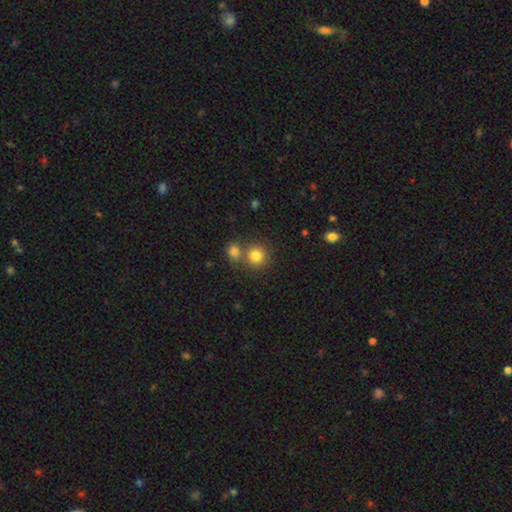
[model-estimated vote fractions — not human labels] Smooth or featured?
  - smooth: 82% *
  - star or artifact: 11%
  - featured or disk: 7%
How rounded?
  - round: 90% *
  - in between: 9%
  - cigar-shaped: 1%
Merging?
  - none: 60% *
  - merger: 30%
  - minor disturbance: 7%
  - major disturbance: 3%